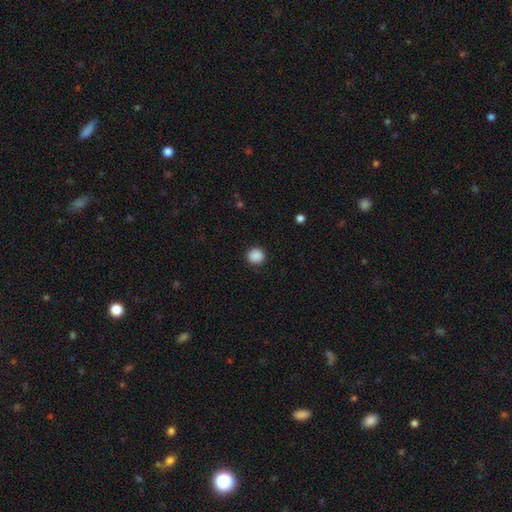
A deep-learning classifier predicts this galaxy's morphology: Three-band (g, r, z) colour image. It shows a smooth galaxy with no disk features (88%) that is round (93%). Merging: none (92%).